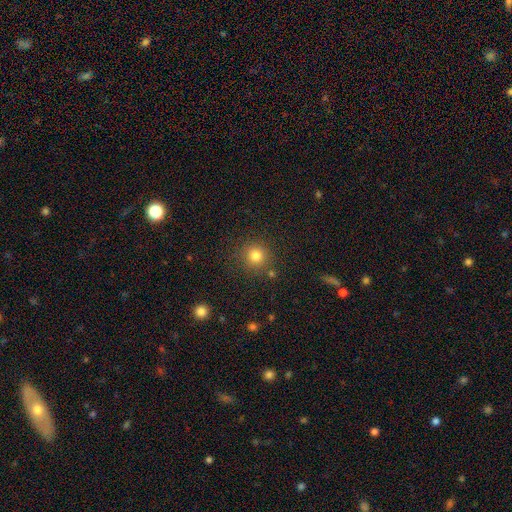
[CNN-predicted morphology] smooth-or-featured: smooth: 80% | star or artifact: 14% | featured or disk: 6%
  how-rounded: round: 93% | in between: 6% | cigar-shaped: 1%
  merging: none: 85% | minor disturbance: 8% | merger: 4% | major disturbance: 3%